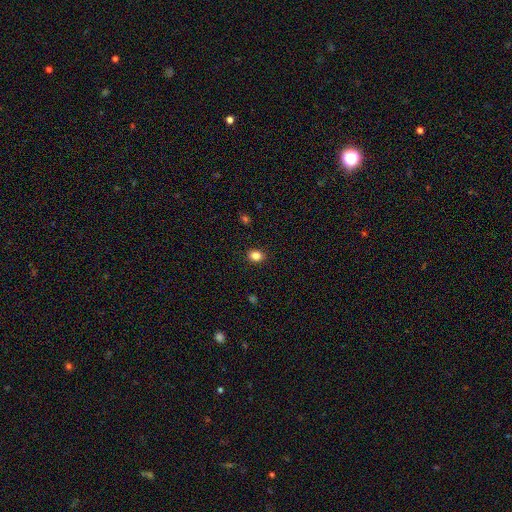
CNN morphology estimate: Smooth or featured? smooth (85%)
How rounded? in between (52%)
Merging? none (90%)